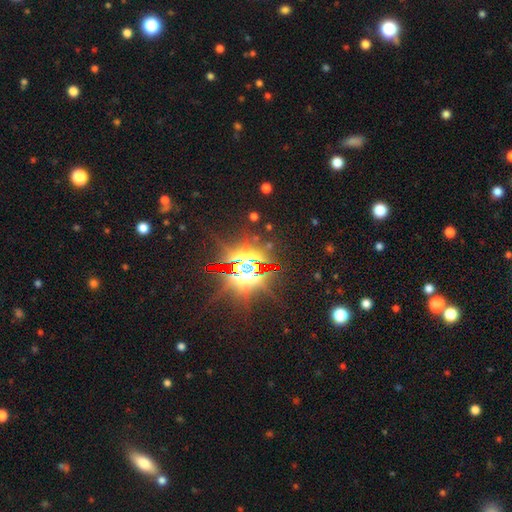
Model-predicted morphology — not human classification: This is clearly a star or artifact rather than a galaxy (82%).